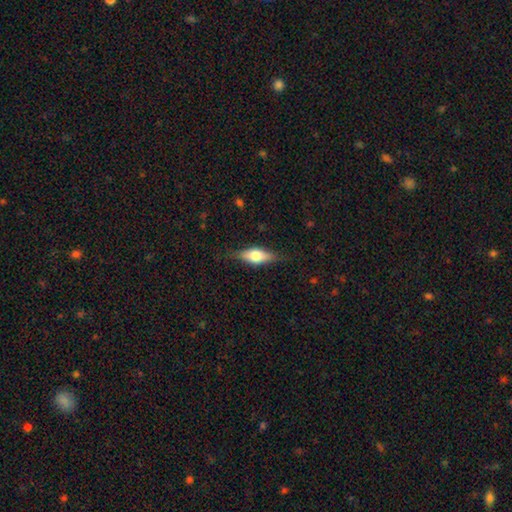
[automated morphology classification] Smooth or featured: smooth — 52% (featured or disk — 41%)
How rounded: in between — 66% (cigar-shaped — 29%)
Merging: none — 80% (minor disturbance — 15%)